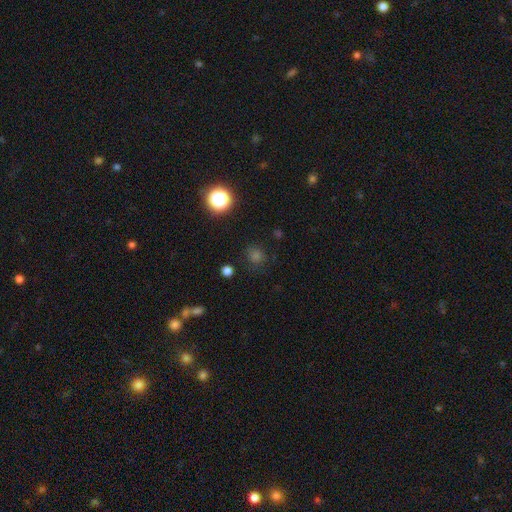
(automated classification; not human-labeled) Q: Smooth or featured?
A: smooth (63%); runner-up: star or artifact (31%)
Q: How rounded?
A: round (89%); runner-up: in between (10%)
Q: Merging?
A: none (84%); runner-up: minor disturbance (10%)